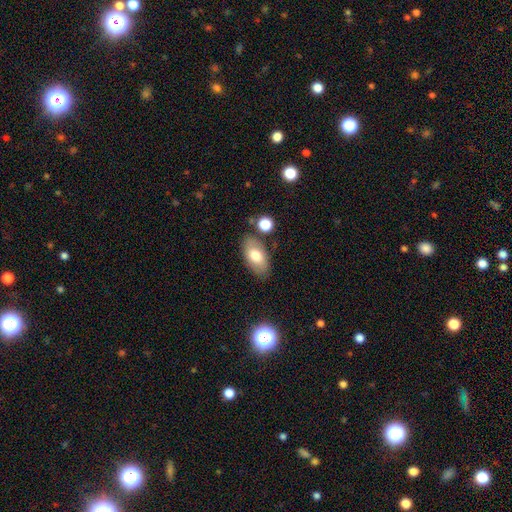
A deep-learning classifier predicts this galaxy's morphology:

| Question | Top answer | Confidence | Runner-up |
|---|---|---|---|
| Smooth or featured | smooth | 73% | featured or disk (19%) |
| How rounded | in between | 93% | round (5%) |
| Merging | none | 78% | minor disturbance (14%) |